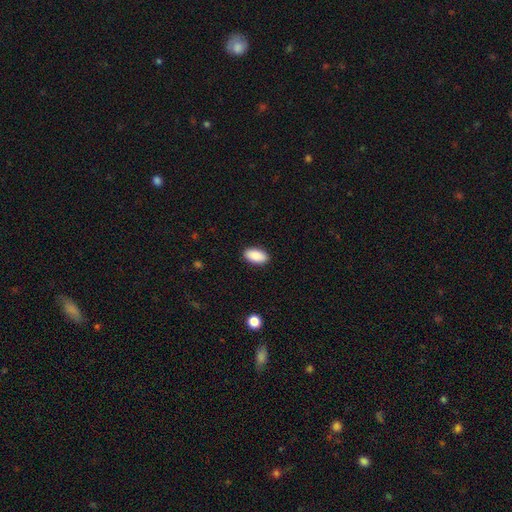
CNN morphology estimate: Smooth or featured? Predicted: smooth (p=0.88). How rounded? Predicted: in between (p=0.94). Merging? Predicted: none (p=0.90).